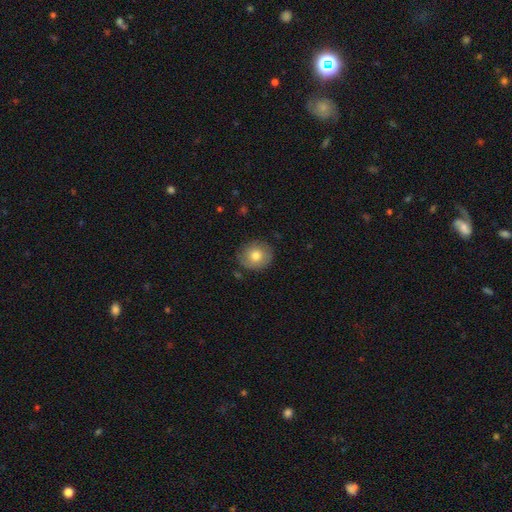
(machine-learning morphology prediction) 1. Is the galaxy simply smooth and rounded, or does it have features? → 76% smooth, 16% featured or disk, 8% star or artifact.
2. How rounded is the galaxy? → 83% round, 16% in between, 1% cigar-shaped.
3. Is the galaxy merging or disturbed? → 83% none, 12% minor disturbance, 3% major disturbance, 2% merger.